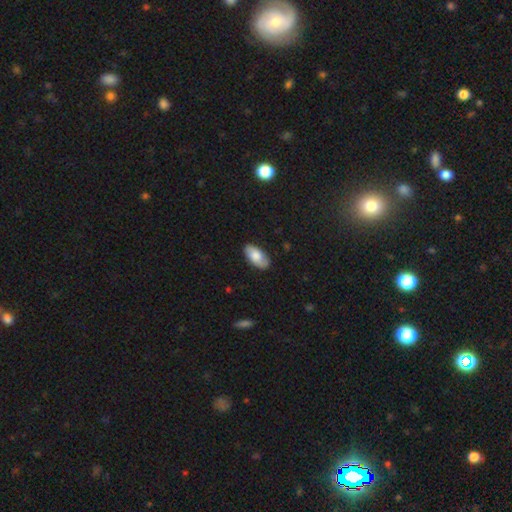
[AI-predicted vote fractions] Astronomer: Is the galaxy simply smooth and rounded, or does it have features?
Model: smooth — 79%.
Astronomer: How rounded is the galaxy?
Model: in between — 93%.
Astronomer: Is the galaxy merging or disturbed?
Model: none — 84%.